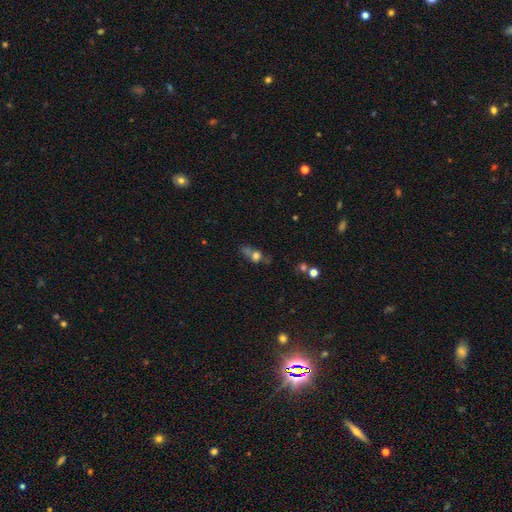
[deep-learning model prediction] The model was most divided on "merging": none: 34%, merger: 30%, minor disturbance: 18%, major disturbance: 18%. More confident: smooth or featured — smooth (64%); how rounded — round (55%).